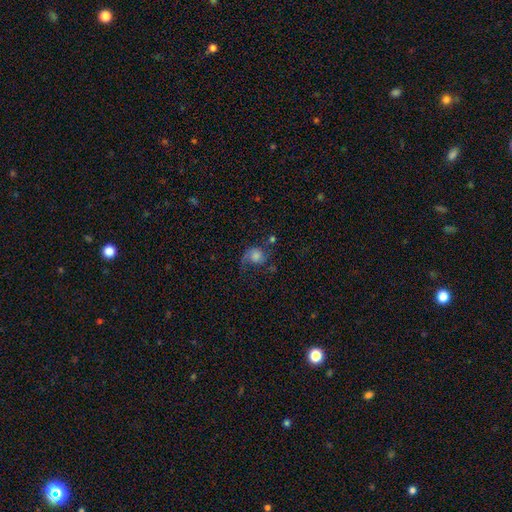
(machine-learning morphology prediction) Smooth or featured: featured or disk — 55% (smooth — 33%)
Edge-on disk: no — 97% (yes — 3%)
Bar: no — 73% (weak — 23%)
Spiral arms: yes — 90% (no — 10%)
Bulge size: moderate — 32% (large — 25%)
Merging: none — 51% (major disturbance — 23%)